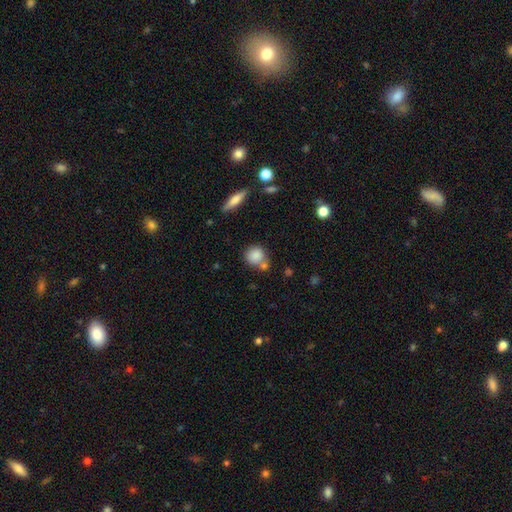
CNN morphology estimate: smooth 83%, star or artifact 9%, featured or disk 8%. Down the decision tree: how rounded — round (83%); merging — none (59%).